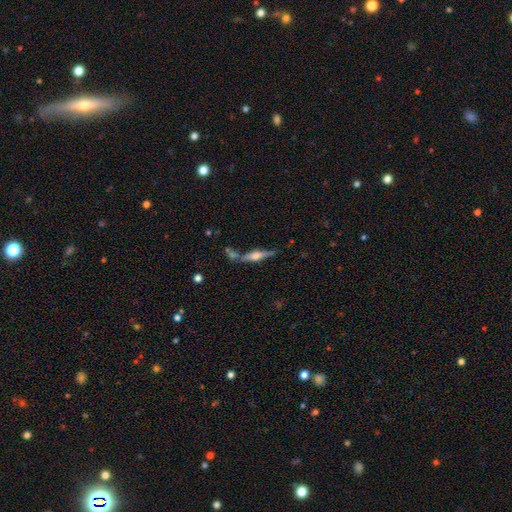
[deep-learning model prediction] Smooth or featured? Predicted: featured or disk (p=0.68). Edge-on disk? Predicted: yes (p=0.95). Edge-on bulge? Predicted: rounded (p=0.86). Merging? Predicted: none (p=0.68).